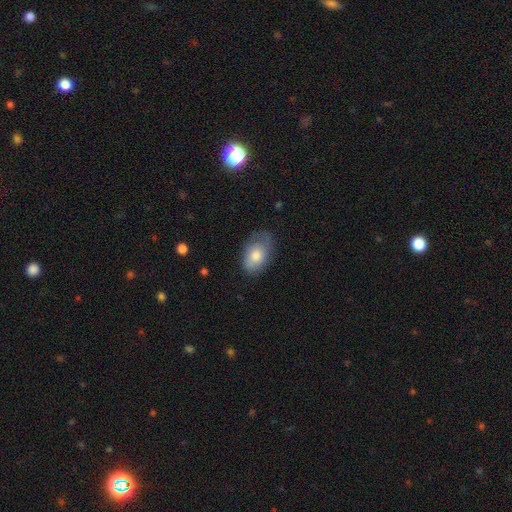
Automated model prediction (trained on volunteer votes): This is likely a smooth galaxy (72%). How rounded: clearly in between (87%). Merging: likely none (61%).